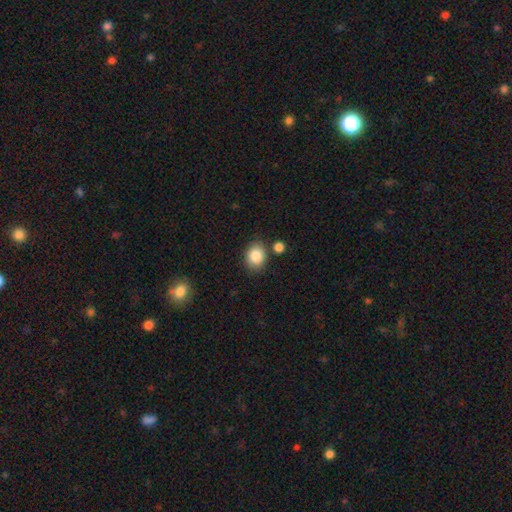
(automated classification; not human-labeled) smooth-or-featured: smooth: 85% | star or artifact: 8% | featured or disk: 6%
  how-rounded: in between: 50% | round: 49% | cigar-shaped: 1%
  merging: none: 77% | minor disturbance: 12% | merger: 7% | major disturbance: 3%